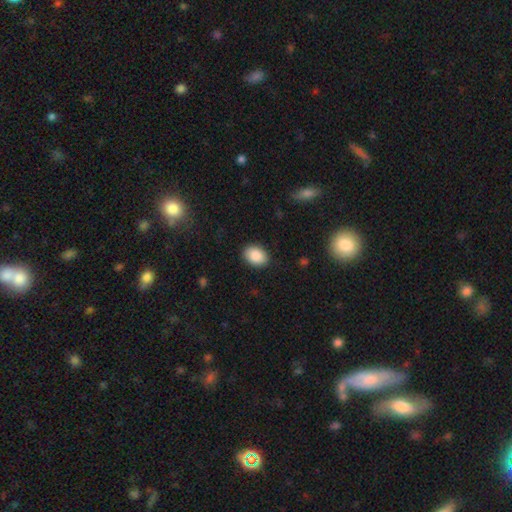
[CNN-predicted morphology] This appears to be a smooth galaxy with no disk features (89%) that is in between round and cigar-shaped (76%). Merging: none (88%).